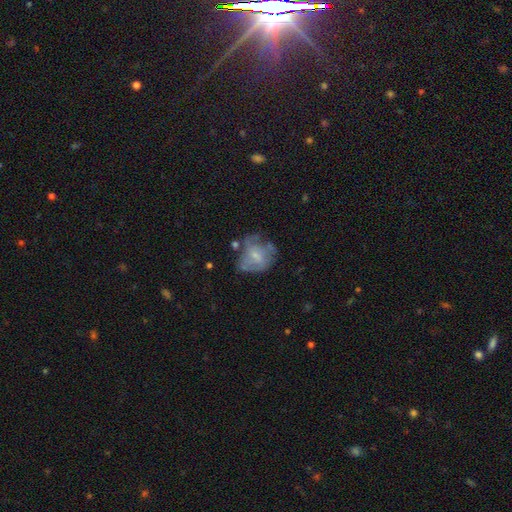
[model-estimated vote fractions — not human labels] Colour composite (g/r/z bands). It shows a featured or disk galaxy (55%) with no bar (64%), spiral arms (53%) and a small central bulge (59%). Merging: none (40%).